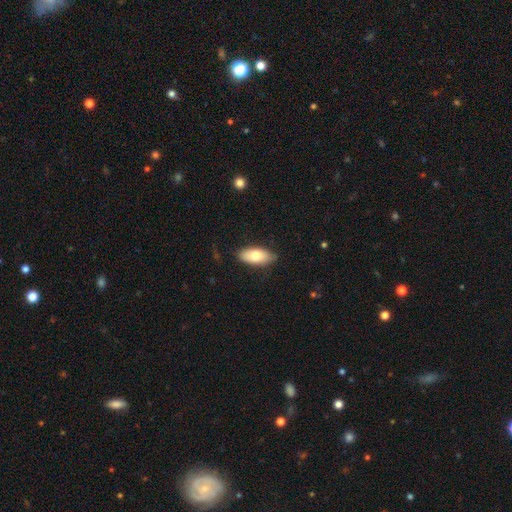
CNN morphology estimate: smooth_or_featured: smooth (p=0.73) [alt: featured or disk p=0.21]
how_rounded: in between (p=0.90) [alt: cigar-shaped p=0.08]
merging: none (p=0.84) [alt: minor disturbance p=0.12]